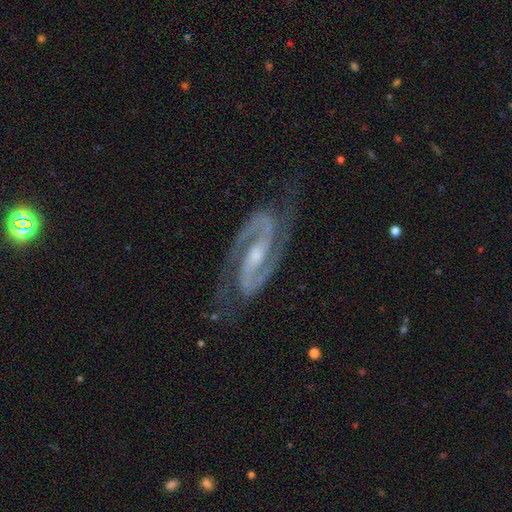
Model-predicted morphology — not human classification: featured or disk 94%, star or artifact 4%, smooth 2%. Down the decision tree: edge-on disk — no (97%); bar — strong (40%); spiral arms — yes (99%); spiral arm count — 2 (94%); spiral winding — medium (59%); bulge size — small (58%); merging — none (78%).